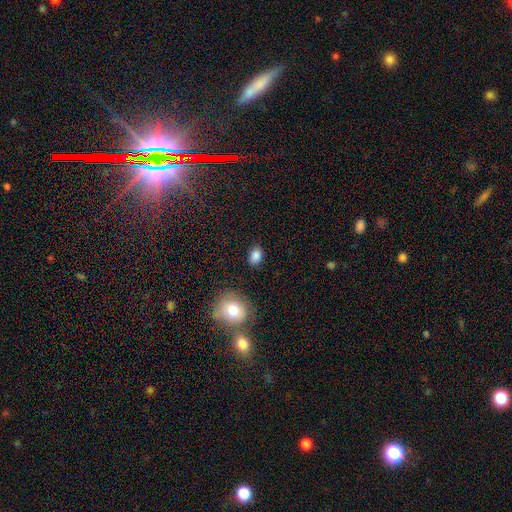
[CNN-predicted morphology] A smooth galaxy with no disk features (85%) that is in between round and cigar-shaped (78%). Merging: none (85%).